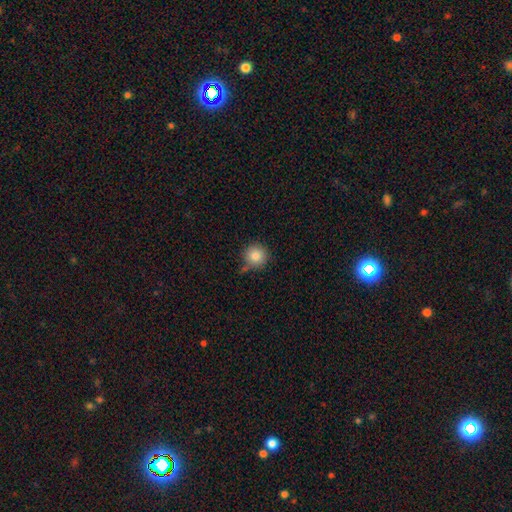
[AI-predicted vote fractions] Smooth or featured? Predicted: smooth (p=0.84). How rounded? Predicted: round (p=0.94). Merging? Predicted: none (p=0.70).